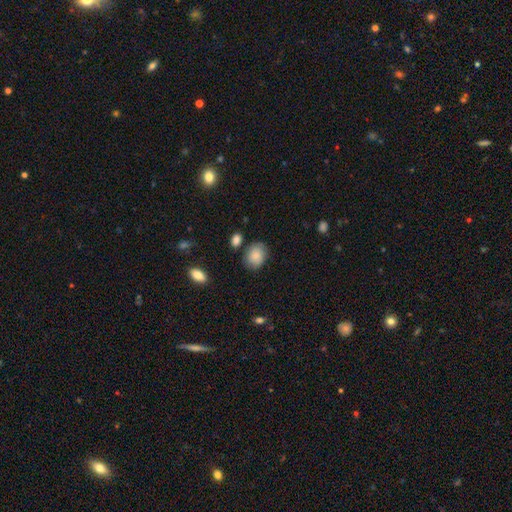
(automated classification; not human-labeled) Q: Smooth or featured?
A: smooth (83%); runner-up: featured or disk (10%)
Q: How rounded?
A: in between (62%); runner-up: round (37%)
Q: Merging?
A: none (75%); runner-up: minor disturbance (18%)